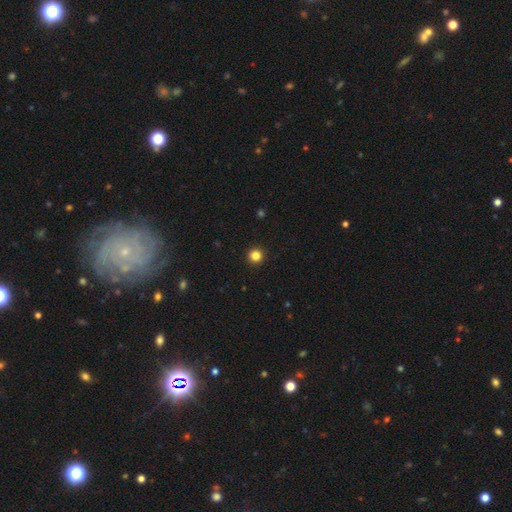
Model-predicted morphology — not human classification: Smooth or featured: smooth — 84% (star or artifact — 12%)
How rounded: round — 95% (in between — 4%)
Merging: none — 94% (minor disturbance — 4%)